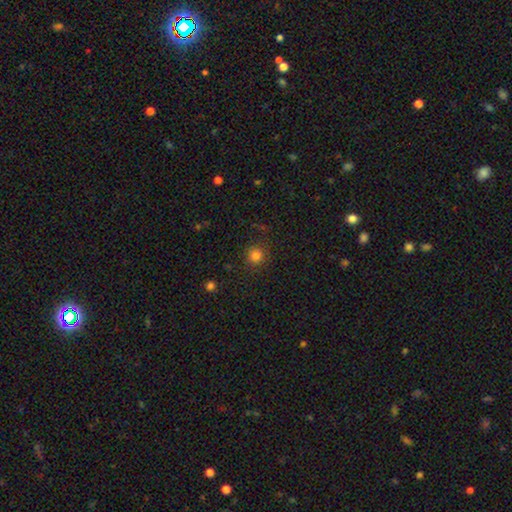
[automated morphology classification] Smooth or featured? Predicted: smooth (p=0.81). How rounded? Predicted: round (p=0.91). Merging? Predicted: none (p=0.87).